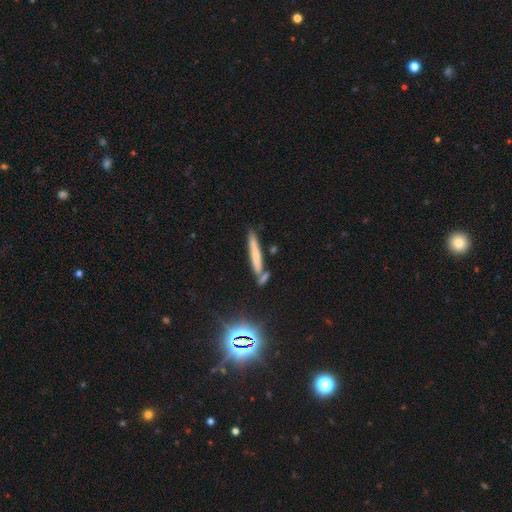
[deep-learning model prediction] Overall: smooth (59%; featured or disk 28%). How rounded: cigar-shaped (93%). Merging: none (68%).